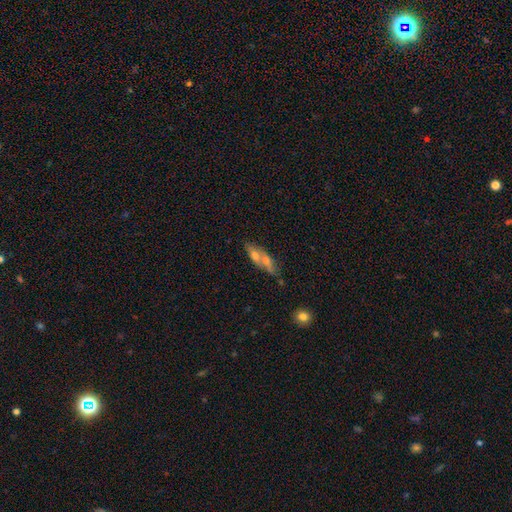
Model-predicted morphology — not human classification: Smooth or featured? Predicted: smooth (p=0.42). Merging? Predicted: none (p=0.50).